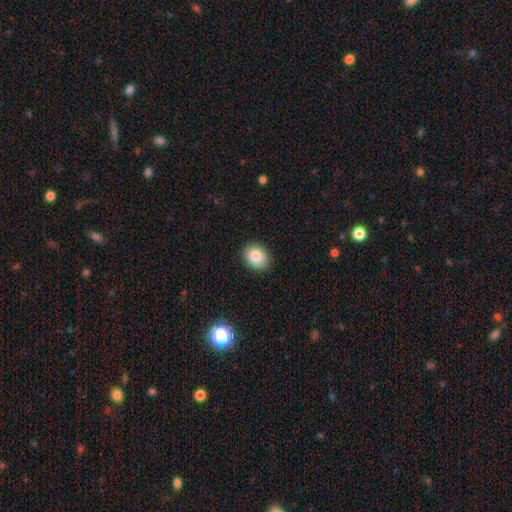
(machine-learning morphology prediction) This is clearly a smooth galaxy (84%). How rounded: possibly in between (50%). Merging: clearly none (90%).